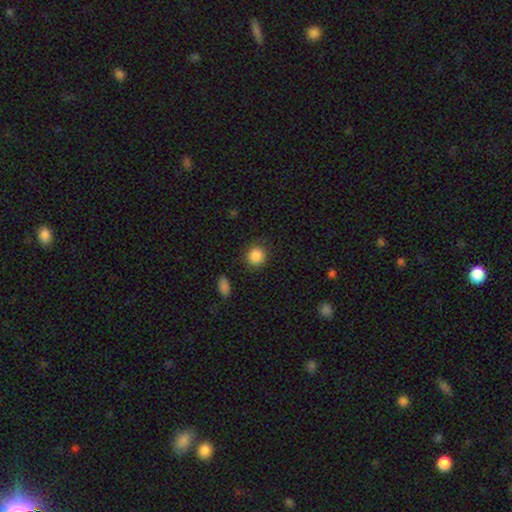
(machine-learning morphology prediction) A smooth galaxy with no disk features (87%) that is round (88%). Merging: none (86%).